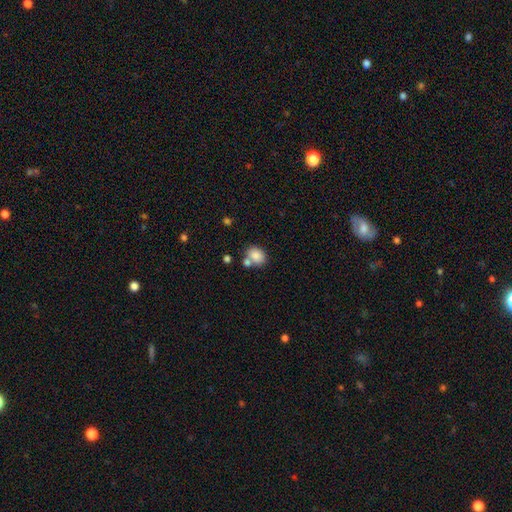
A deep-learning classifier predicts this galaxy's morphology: Smooth or featured: smooth — 84% (star or artifact — 9%)
How rounded: in between — 59% (round — 40%)
Merging: none — 55% (merger — 27%)